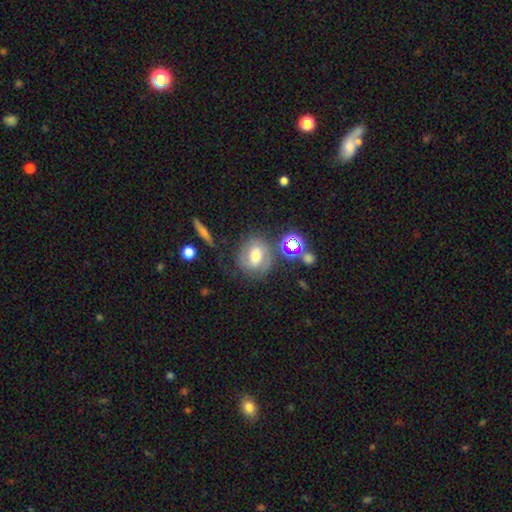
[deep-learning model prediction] This is possibly a featured or disk galaxy (51%). It is clearly not viewed edge-on (94%). Merging: likely none (65%).